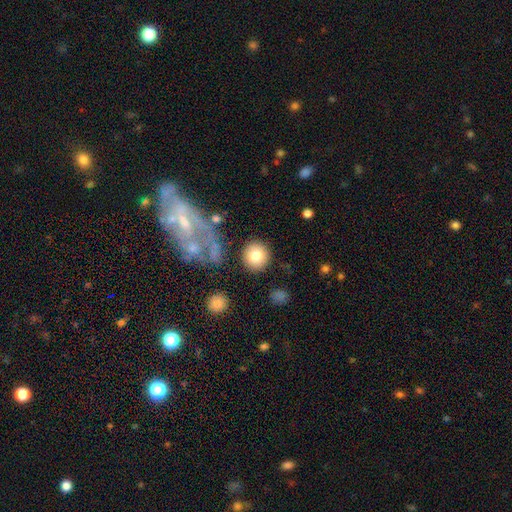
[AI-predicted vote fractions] Smooth or featured?
  - smooth: 80% *
  - featured or disk: 11%
  - star or artifact: 8%
How rounded?
  - round: 91% *
  - in between: 8%
  - cigar-shaped: 1%
Merging?
  - none: 85% *
  - minor disturbance: 8%
  - merger: 4%
  - major disturbance: 4%